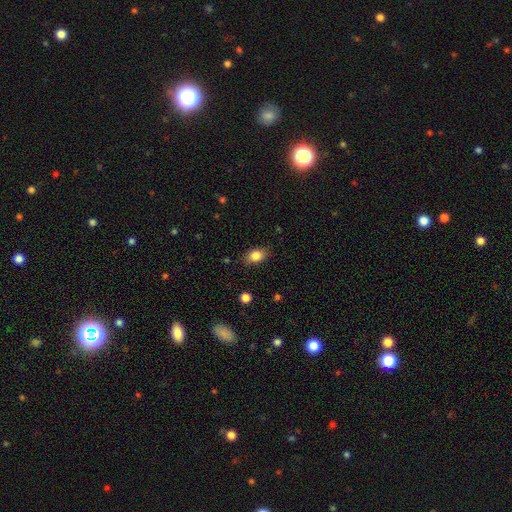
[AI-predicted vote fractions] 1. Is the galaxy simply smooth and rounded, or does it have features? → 84% smooth, 9% star or artifact, 7% featured or disk.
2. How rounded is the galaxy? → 82% in between, 16% round, 2% cigar-shaped.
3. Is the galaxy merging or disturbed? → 82% none, 14% minor disturbance, 3% major disturbance, 1% merger.